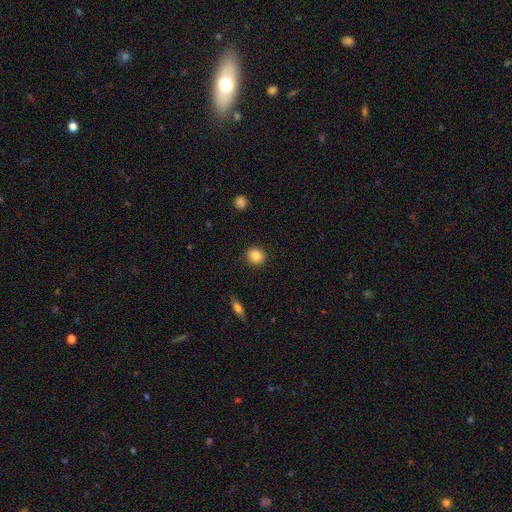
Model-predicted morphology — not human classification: This appears to be a smooth galaxy with no disk features (86%) that is round (79%). Merging: none (90%).